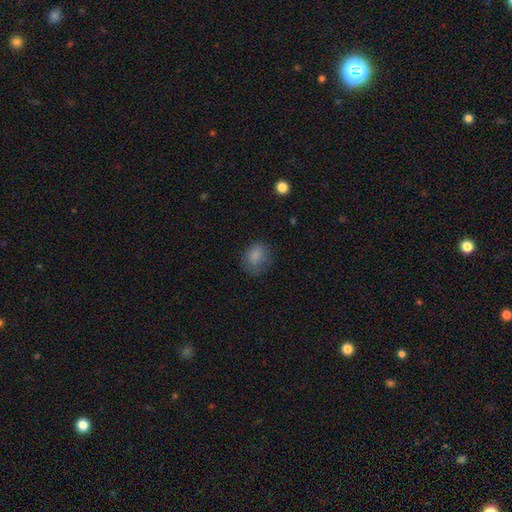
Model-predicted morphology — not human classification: Smooth or featured?
  - smooth: 82% *
  - star or artifact: 9%
  - featured or disk: 9%
How rounded?
  - round: 56% *
  - in between: 43%
  - cigar-shaped: 1%
Merging?
  - none: 64% *
  - minor disturbance: 24%
  - major disturbance: 11%
  - merger: 1%